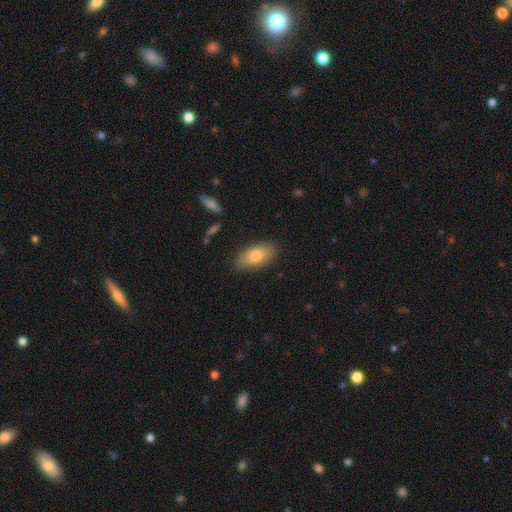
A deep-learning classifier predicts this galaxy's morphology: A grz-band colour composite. It shows a smooth galaxy with no disk features (78%) that is in between round and cigar-shaped (88%). Merging: none (84%).